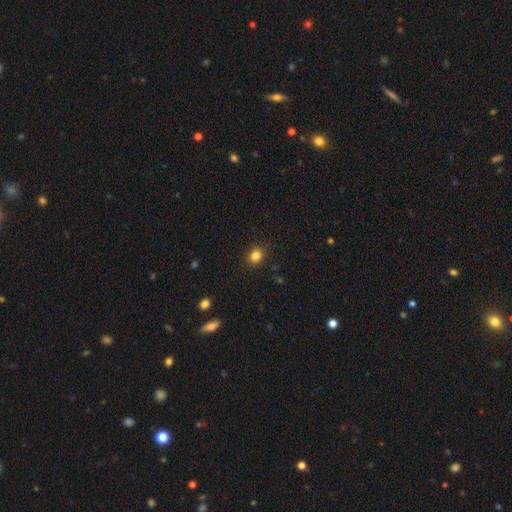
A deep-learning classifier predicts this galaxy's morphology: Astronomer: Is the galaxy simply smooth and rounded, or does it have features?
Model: smooth — 83%.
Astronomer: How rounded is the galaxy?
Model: round — 60% (runner-up: in between, 39%).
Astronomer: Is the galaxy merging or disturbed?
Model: none — 89%.